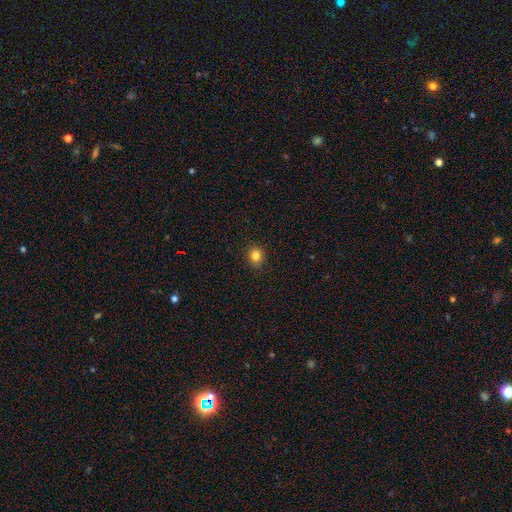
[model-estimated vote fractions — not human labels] Smooth or featured? smooth (83%)
How rounded? round (66%)
Merging? none (90%)